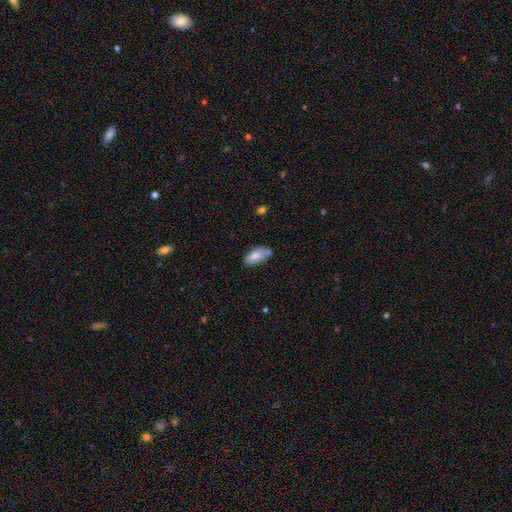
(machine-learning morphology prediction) Smooth or featured?
  - smooth: 79% *
  - featured or disk: 14%
  - star or artifact: 7%
How rounded?
  - in between: 90% *
  - cigar-shaped: 7%
  - round: 3%
Merging?
  - none: 58% *
  - minor disturbance: 26%
  - merger: 11%
  - major disturbance: 6%